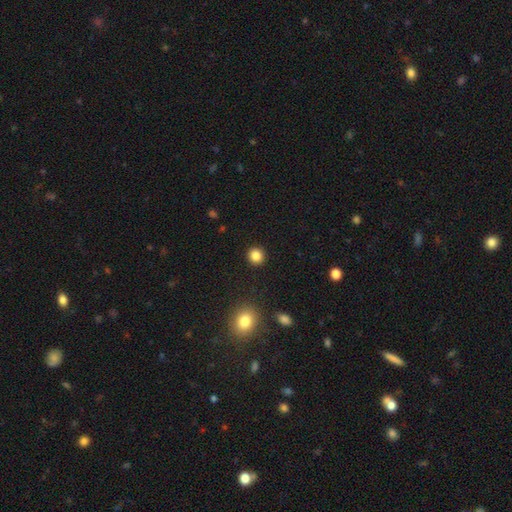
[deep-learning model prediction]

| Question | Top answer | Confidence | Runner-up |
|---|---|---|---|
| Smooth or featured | smooth | 85% | star or artifact (11%) |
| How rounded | round | 90% | in between (9%) |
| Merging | none | 92% | minor disturbance (5%) |